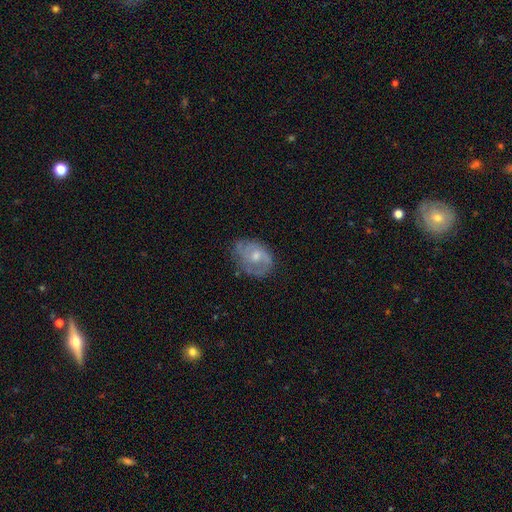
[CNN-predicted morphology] Q: Smooth or featured?
A: featured or disk (68%); runner-up: smooth (25%)
Q: Edge-on disk?
A: no (97%); runner-up: yes (3%)
Q: Bar?
A: no (66%); runner-up: weak (30%)
Q: Spiral arms?
A: yes (82%); runner-up: no (18%)
Q: Spiral winding?
A: medium (43%); runner-up: tight (36%)
Q: Spiral arm count?
A: 2 (50%); runner-up: can't tell (26%)
Q: Bulge size?
A: moderate (56%); runner-up: small (36%)
Q: Merging?
A: none (62%); runner-up: minor disturbance (25%)